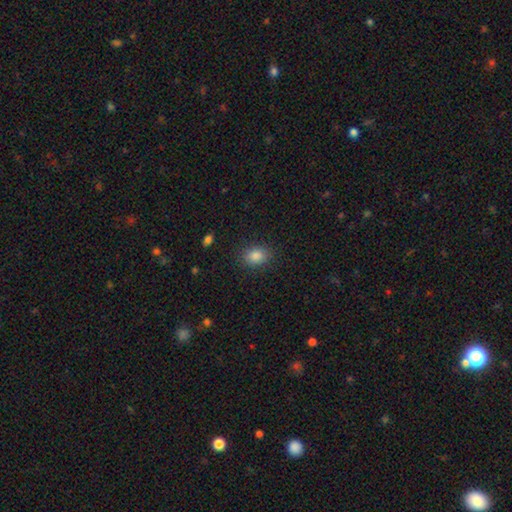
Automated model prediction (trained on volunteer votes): A smooth galaxy with no disk features (85%) that is in between round and cigar-shaped (69%). Merging: none (87%).